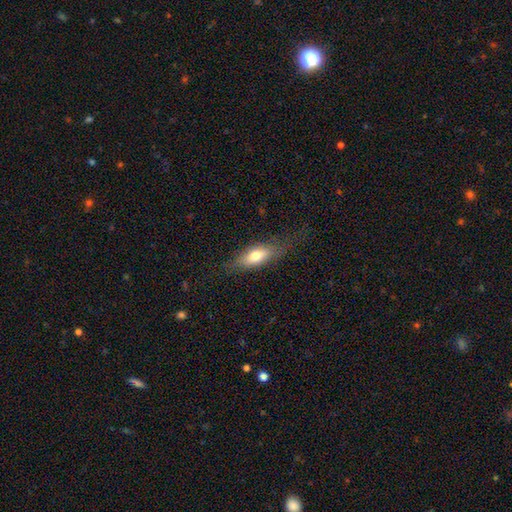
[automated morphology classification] smooth 68%, featured or disk 25%, star or artifact 7%. Down the decision tree: how rounded — in between (70%); merging — none (68%).